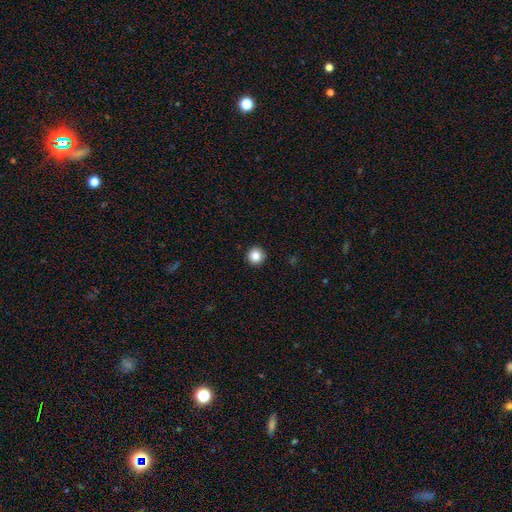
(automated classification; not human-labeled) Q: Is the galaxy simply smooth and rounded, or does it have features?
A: smooth — 85%.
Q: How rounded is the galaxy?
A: round — 95%.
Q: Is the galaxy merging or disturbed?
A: none — 93%.